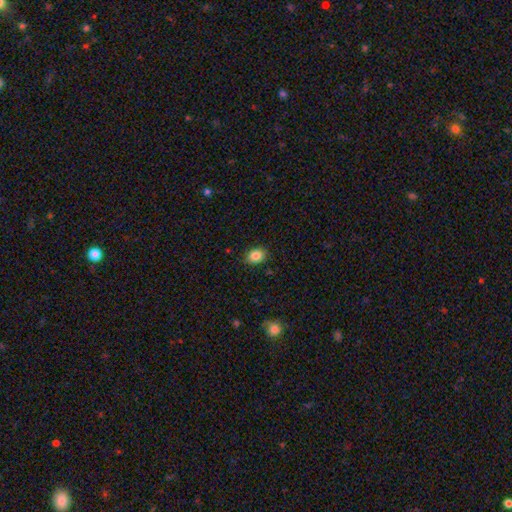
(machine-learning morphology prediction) Smooth or featured? Predicted: smooth (p=0.86). How rounded? Predicted: in between (p=0.68). Merging? Predicted: none (p=0.87).